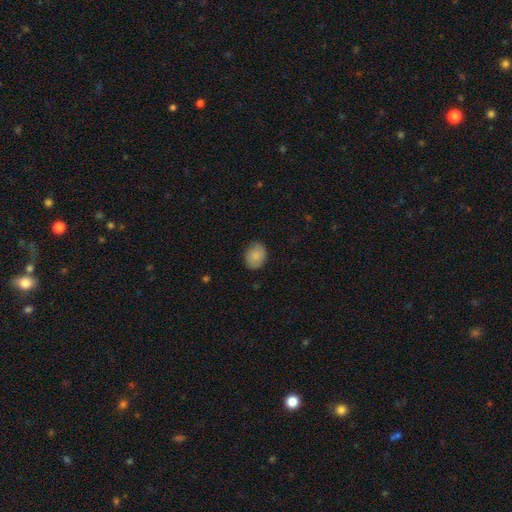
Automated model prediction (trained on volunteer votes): This appears to be a smooth galaxy with no disk features (86%) that is round (50%). Merging: none (81%).